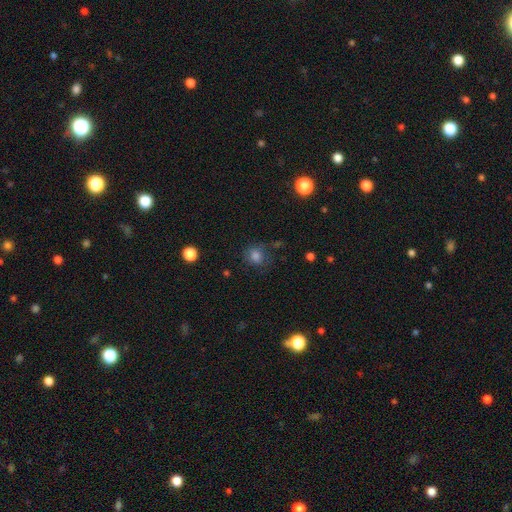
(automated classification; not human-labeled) smooth_or_featured: smooth (p=0.78) [alt: star or artifact p=0.15]
how_rounded: round (p=0.78) [alt: in between p=0.21]
merging: none (p=0.71) [alt: minor disturbance p=0.18]